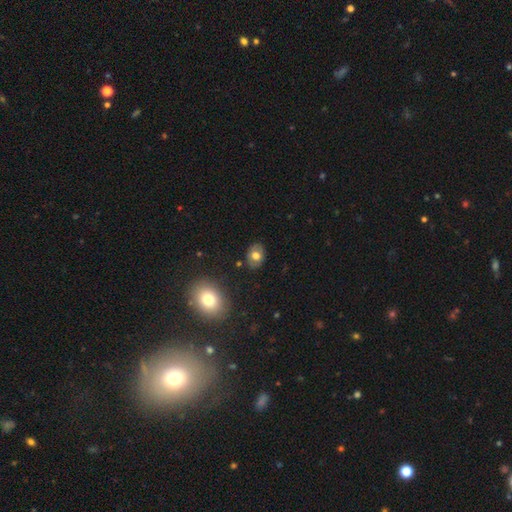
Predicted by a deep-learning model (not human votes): Overall: smooth (66%). How rounded: in between (64%; round 35%). Merging: none (85%).